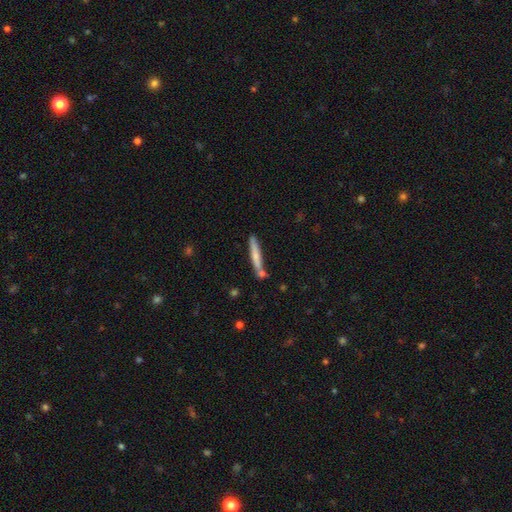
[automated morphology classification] Smooth or featured? Predicted: smooth (p=0.60). How rounded? Predicted: cigar-shaped (p=0.94). Merging? Predicted: none (p=0.73).